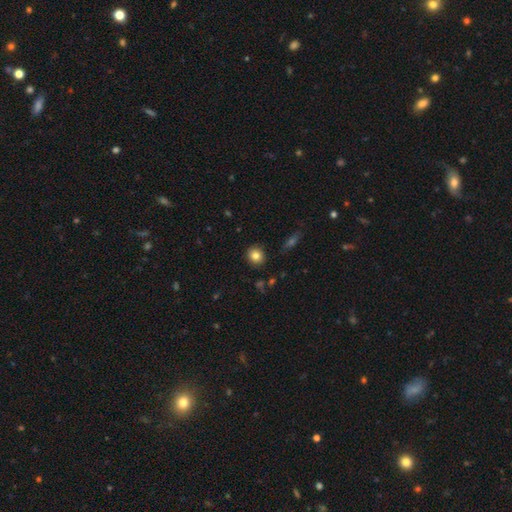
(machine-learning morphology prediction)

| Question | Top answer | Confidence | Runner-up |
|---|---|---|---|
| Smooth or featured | smooth | 83% | star or artifact (10%) |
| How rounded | round | 82% | in between (17%) |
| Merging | none | 90% | minor disturbance (7%) |